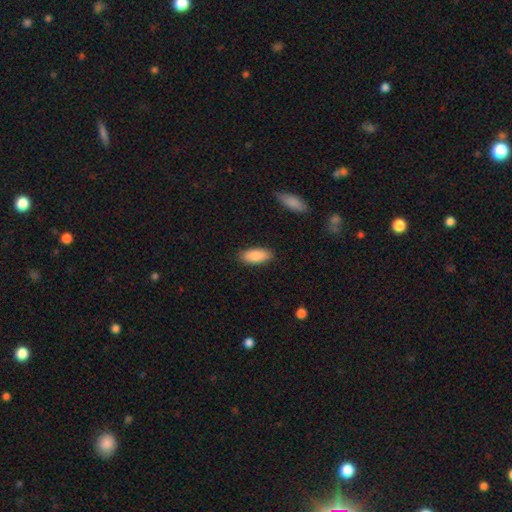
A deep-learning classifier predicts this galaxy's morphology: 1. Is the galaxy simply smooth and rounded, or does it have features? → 88% smooth, 6% star or artifact, 6% featured or disk.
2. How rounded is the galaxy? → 85% in between, 13% cigar-shaped, 2% round.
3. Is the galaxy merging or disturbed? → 87% none, 9% minor disturbance, 2% major disturbance, 1% merger.